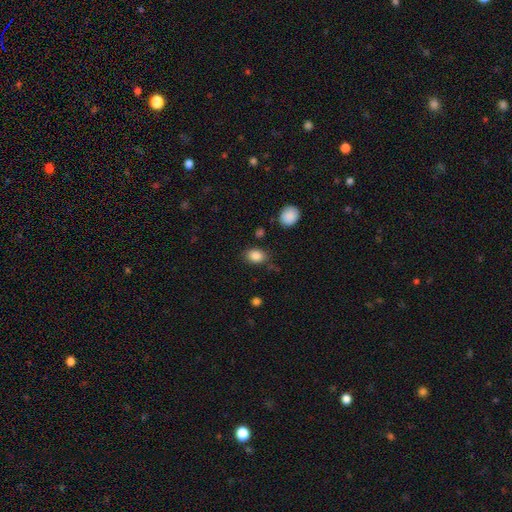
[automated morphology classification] smooth 86%, star or artifact 9%, featured or disk 5%. Down the decision tree: how rounded — in between (65%); merging — none (76%).